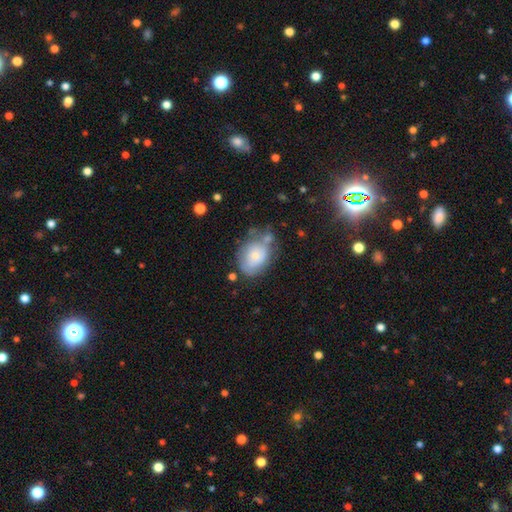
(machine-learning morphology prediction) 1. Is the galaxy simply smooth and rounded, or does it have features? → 62% smooth, 30% featured or disk, 8% star or artifact.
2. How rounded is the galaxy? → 67% in between, 31% round, 1% cigar-shaped.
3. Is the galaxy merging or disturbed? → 42% none, 30% minor disturbance, 14% major disturbance, 13% merger.